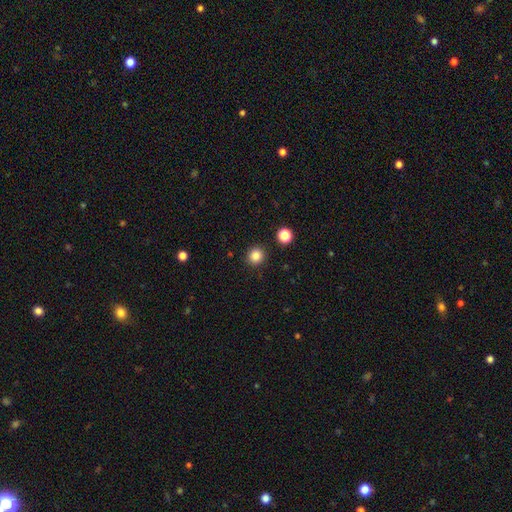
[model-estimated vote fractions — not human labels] A smooth galaxy with no disk features (85%) that is round (91%). Merging: none (91%).